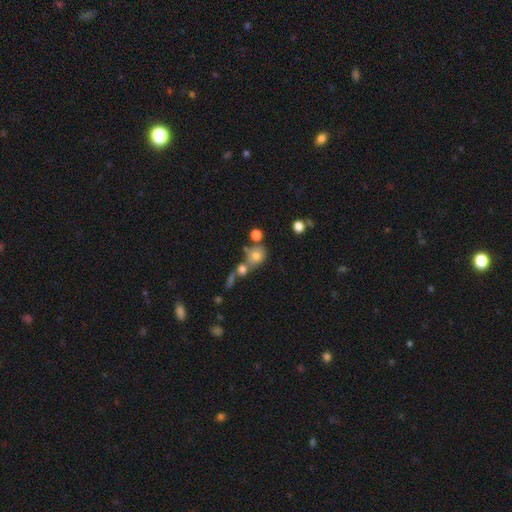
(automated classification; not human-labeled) Overall: smooth (72%). How rounded: round (73%). Merging: none (43%; merger 39%).